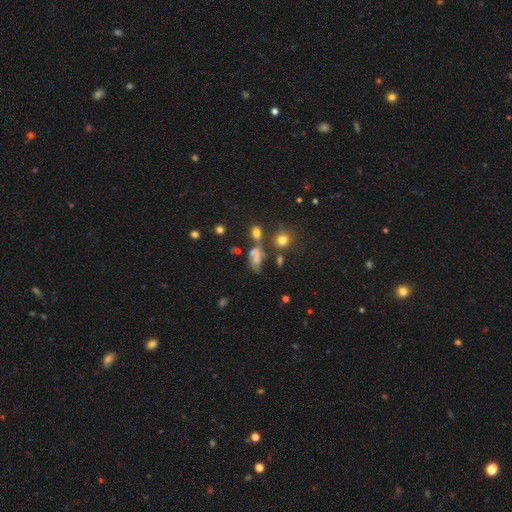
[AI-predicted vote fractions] The model was most divided on "merging": none: 37%, merger: 22%, minor disturbance: 21%, major disturbance: 19%. More confident: how rounded — in between (75%); smooth or featured — smooth (53%).